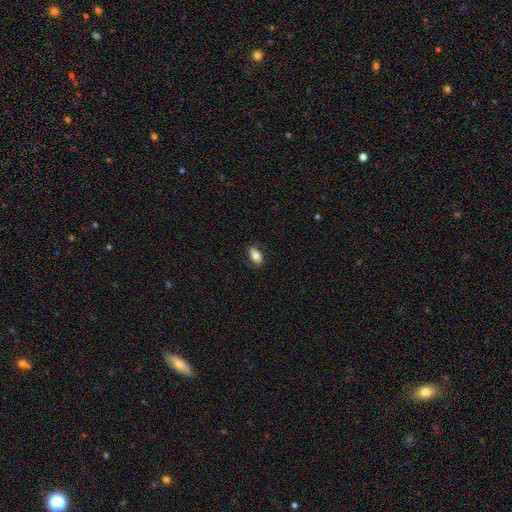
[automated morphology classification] Q: Smooth or featured?
A: smooth (79%); runner-up: featured or disk (13%)
Q: How rounded?
A: in between (91%); runner-up: round (5%)
Q: Merging?
A: none (80%); runner-up: minor disturbance (15%)